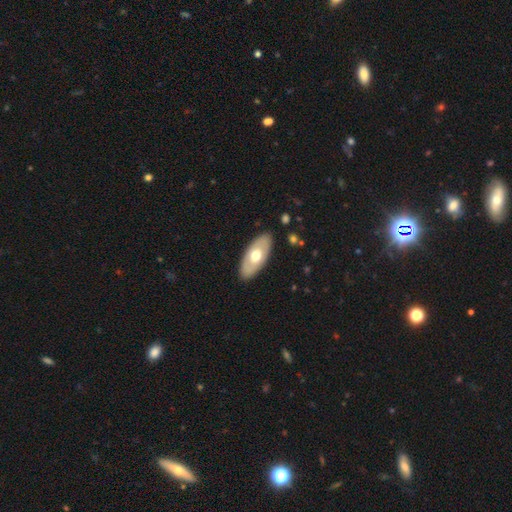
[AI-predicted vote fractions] Q: Smooth or featured?
A: smooth (55%); runner-up: featured or disk (41%)
Q: How rounded?
A: in between (90%); runner-up: cigar-shaped (7%)
Q: Merging?
A: none (88%); runner-up: minor disturbance (9%)